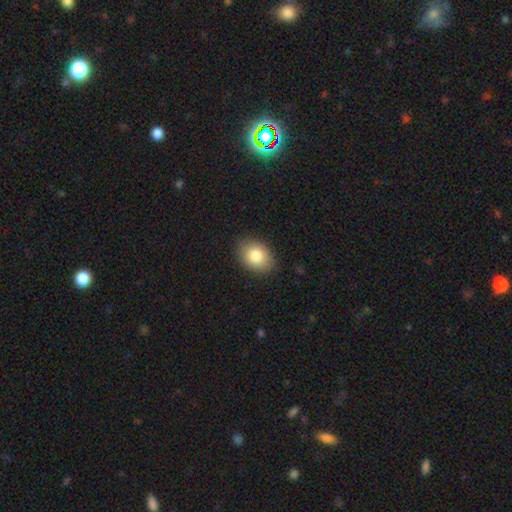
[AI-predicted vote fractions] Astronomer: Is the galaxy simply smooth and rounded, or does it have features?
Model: smooth — 84%.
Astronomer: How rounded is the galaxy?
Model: in between — 70%.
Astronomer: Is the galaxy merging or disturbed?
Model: none — 85%.